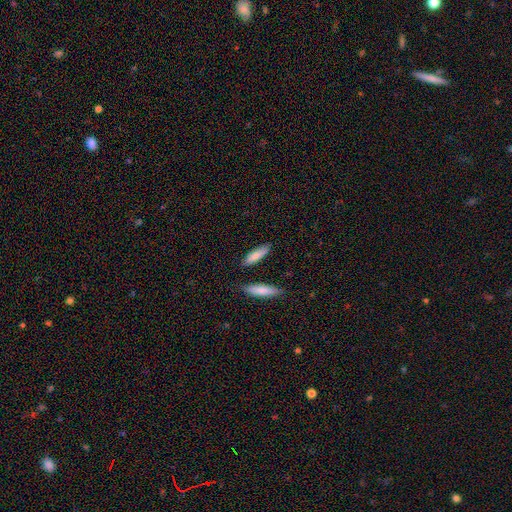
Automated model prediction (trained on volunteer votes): Overall: smooth (82%). How rounded: cigar-shaped (61%; in between 37%). Merging: none (80%).